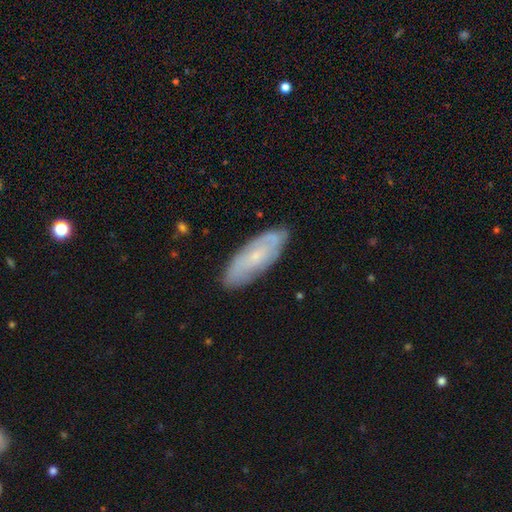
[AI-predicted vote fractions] This appears to be a featured or disk galaxy (52%). Merging: none (83%).